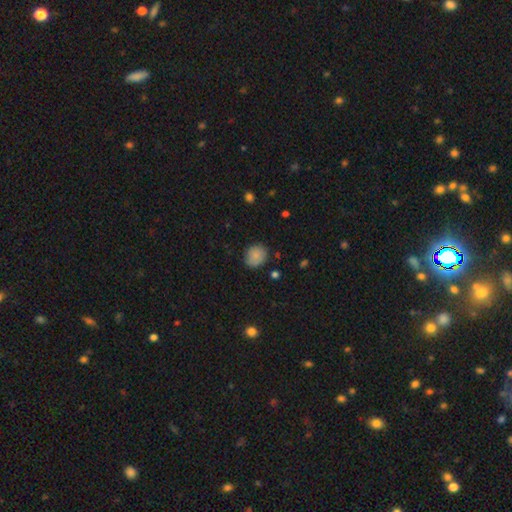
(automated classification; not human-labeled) Smooth or featured? Predicted: smooth (p=0.85). How rounded? Predicted: round (p=0.67). Merging? Predicted: none (p=0.81).